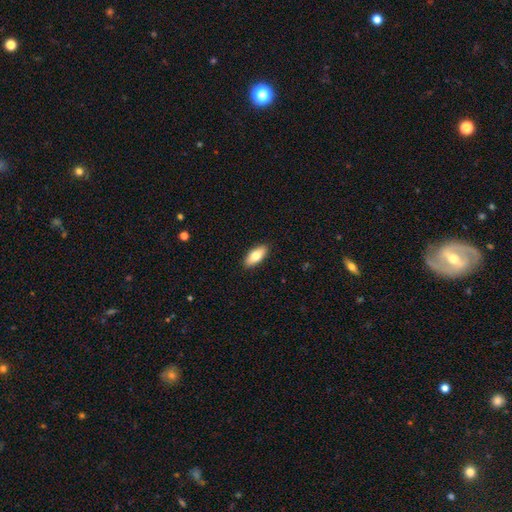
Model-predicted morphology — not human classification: Q: Smooth or featured?
A: smooth (78%); runner-up: featured or disk (16%)
Q: How rounded?
A: in between (85%); runner-up: cigar-shaped (13%)
Q: Merging?
A: none (90%); runner-up: minor disturbance (8%)